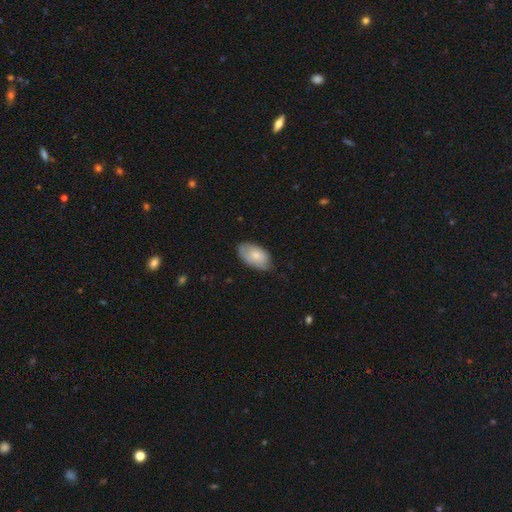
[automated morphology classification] smooth 75%, featured or disk 20%, star or artifact 6%. Down the decision tree: how rounded — in between (94%); merging — none (67%).